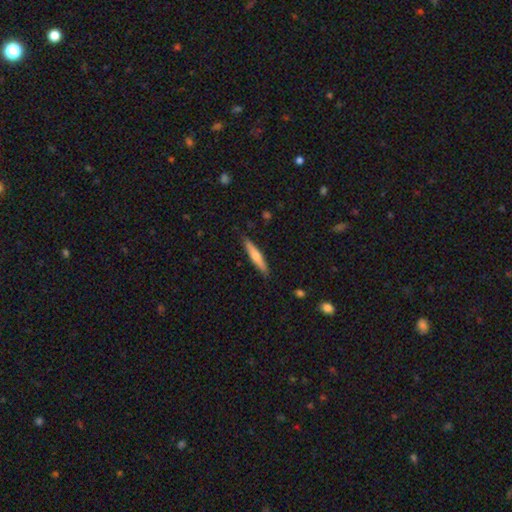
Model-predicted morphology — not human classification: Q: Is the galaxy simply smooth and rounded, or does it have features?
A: smooth — 56%.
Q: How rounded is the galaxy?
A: cigar-shaped — 90%.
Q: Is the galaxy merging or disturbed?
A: none — 87%.